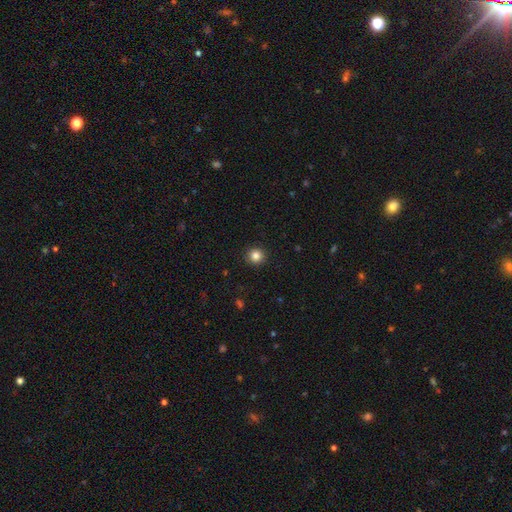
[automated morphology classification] This is clearly a smooth galaxy (84%). How rounded: clearly round (94%). Merging: clearly none (93%).